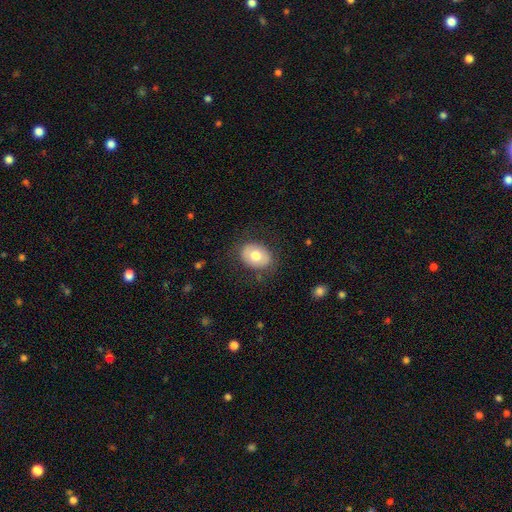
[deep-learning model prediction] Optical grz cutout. It shows a smooth galaxy with no disk features (70%) that is in between round and cigar-shaped (65%). Merging: none (80%).